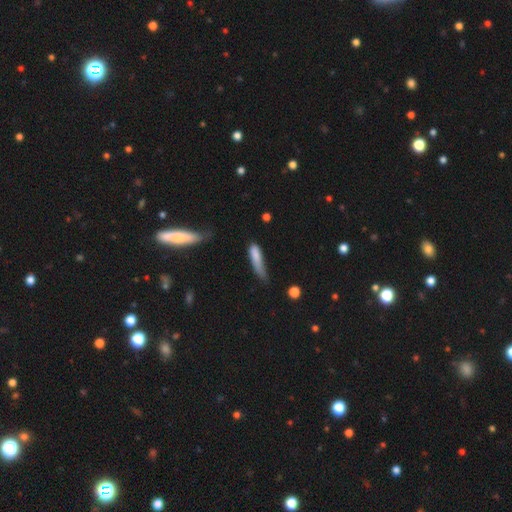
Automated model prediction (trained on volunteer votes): A smooth galaxy with no disk features (77%) that is cigar-shaped (69%).

Vote fractions:
- Smooth or featured? smooth: 77% / featured or disk: 15% / star or artifact: 7%
- How rounded? cigar-shaped: 69% / in between: 29% / round: 2%
- Merging? minor disturbance: 41% / none: 27% / major disturbance: 26% / merger: 6%